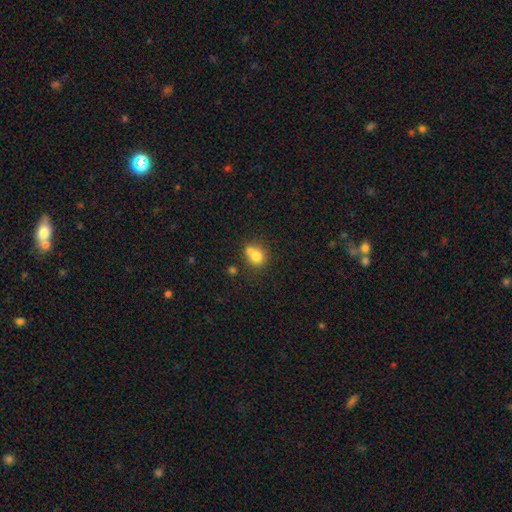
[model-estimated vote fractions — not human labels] Q: Smooth or featured?
A: smooth (73%); runner-up: featured or disk (16%)
Q: How rounded?
A: round (73%); runner-up: in between (26%)
Q: Merging?
A: merger (50%); runner-up: none (36%)